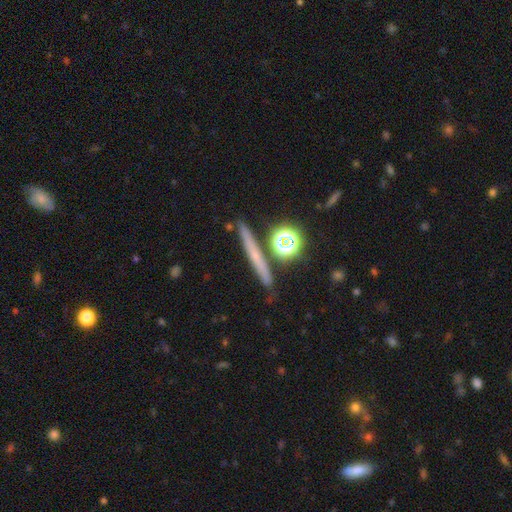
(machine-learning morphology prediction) smooth 42%, featured or disk 35%, star or artifact 23%. Down the decision tree: merging — none (83%).